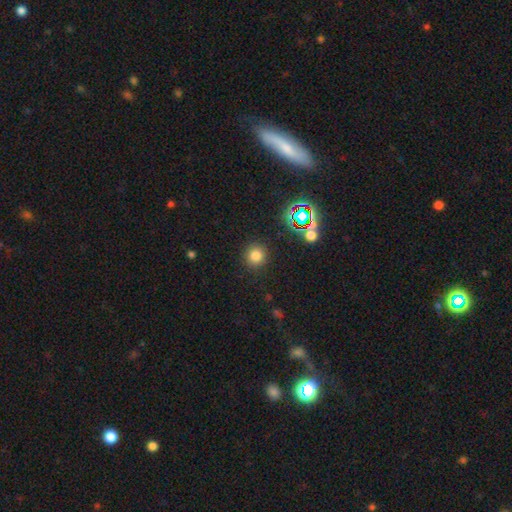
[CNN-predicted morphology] A smooth galaxy with no disk features (76%) that is round (93%). Merging: none (90%).